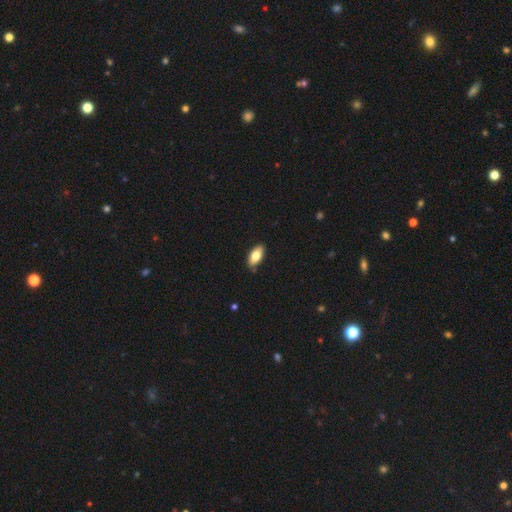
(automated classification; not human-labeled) smooth-or-featured: smooth: 77% | featured or disk: 16% | star or artifact: 7%
  how-rounded: in between: 90% | cigar-shaped: 8% | round: 3%
  merging: none: 86% | minor disturbance: 11% | major disturbance: 2% | merger: 1%